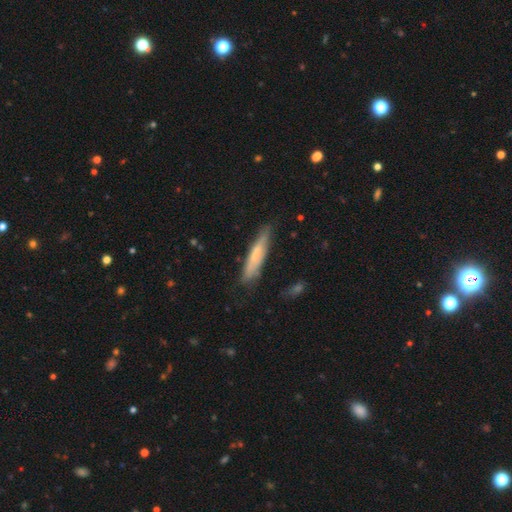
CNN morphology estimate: A smooth galaxy with no disk features (54%) that is cigar-shaped (87%).

Vote fractions:
- Smooth or featured? smooth: 54% / featured or disk: 40% / star or artifact: 6%
- How rounded? cigar-shaped: 87% / in between: 12% / round: 1%
- Merging? none: 76% / minor disturbance: 19% / major disturbance: 4% / merger: 2%